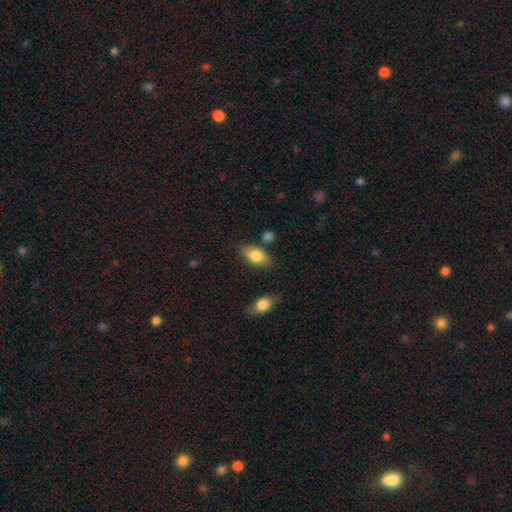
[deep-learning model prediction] Morphology: type=smooth (80%); roundness=in between (88%); merging=none (74%).